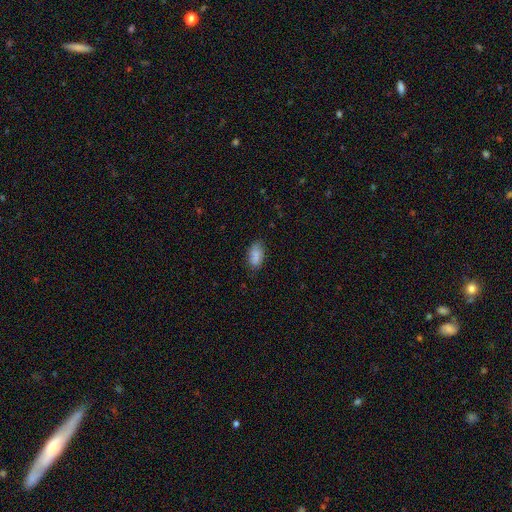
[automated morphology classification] Smooth or featured: smooth — 84% (featured or disk — 8%)
How rounded: in between — 92% (cigar-shaped — 4%)
Merging: none — 74% (minor disturbance — 21%)